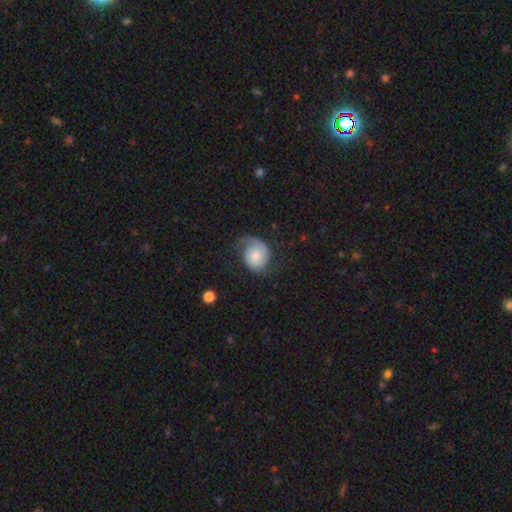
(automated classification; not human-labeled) Morphology: type=featured or disk (65%); edge-on=no (97%); bar=no (74%); spiral arms=yes (90%); winding=medium (36%); arm count=2 (50%); bulge=moderate (50%); merging=none (54%).